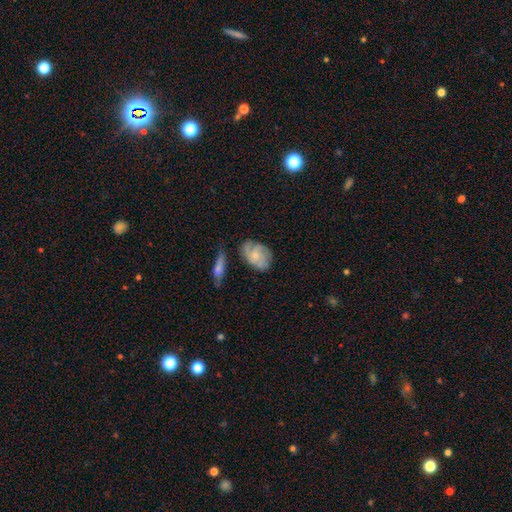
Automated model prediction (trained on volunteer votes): Smooth or featured: featured or disk — 54% (smooth — 40%)
Edge-on disk: no — 95% (yes — 5%)
Bar: no — 79% (weak — 19%)
Spiral arms: yes — 81% (no — 19%)
Bulge size: small — 66% (moderate — 27%)
Merging: none — 58% (minor disturbance — 26%)